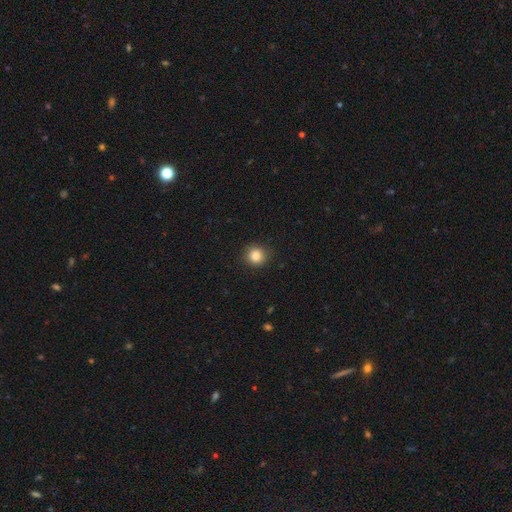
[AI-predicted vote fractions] Overall: smooth (85%). How rounded: round (92%). Merging: none (91%).